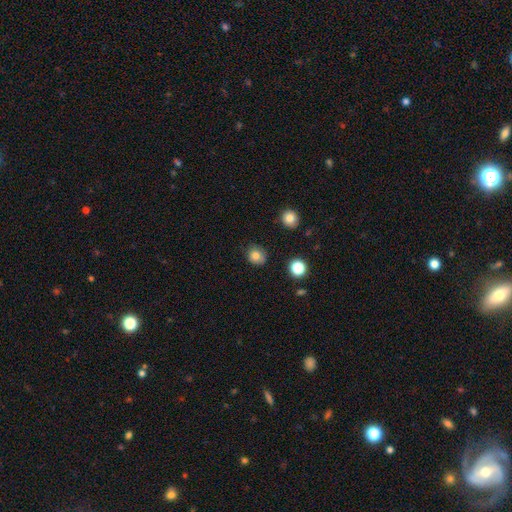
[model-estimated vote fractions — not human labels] smooth_or_featured: smooth (p=0.81) [alt: star or artifact p=0.11]
how_rounded: round (p=0.72) [alt: in between p=0.27]
merging: none (p=0.78) [alt: minor disturbance p=0.16]